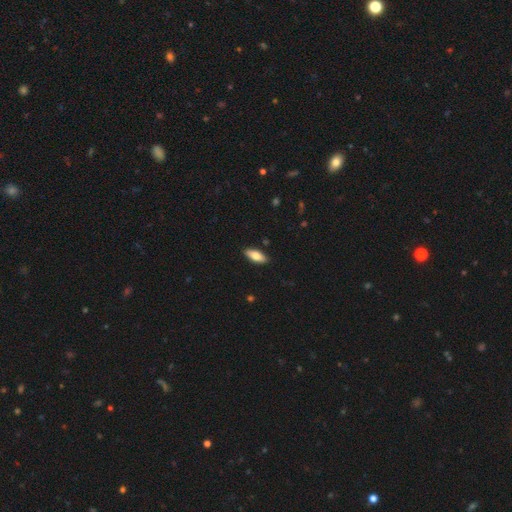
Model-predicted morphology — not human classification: Smooth or featured? smooth (76%)
How rounded? in between (76%)
Merging? none (89%)